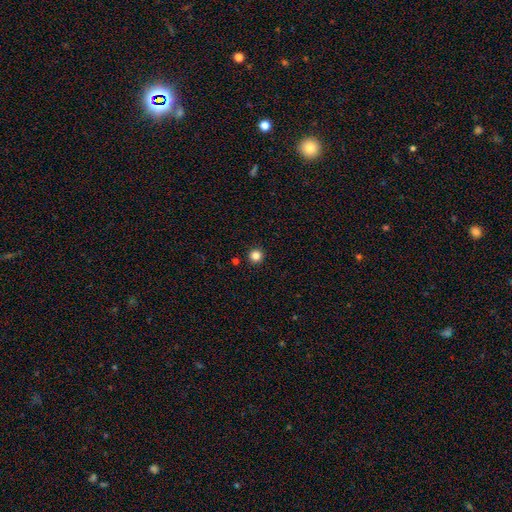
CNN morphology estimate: smooth_or_featured: smooth (p=0.84) [alt: star or artifact p=0.12]
how_rounded: round (p=0.96) [alt: in between p=0.03]
merging: none (p=0.93) [alt: minor disturbance p=0.04]